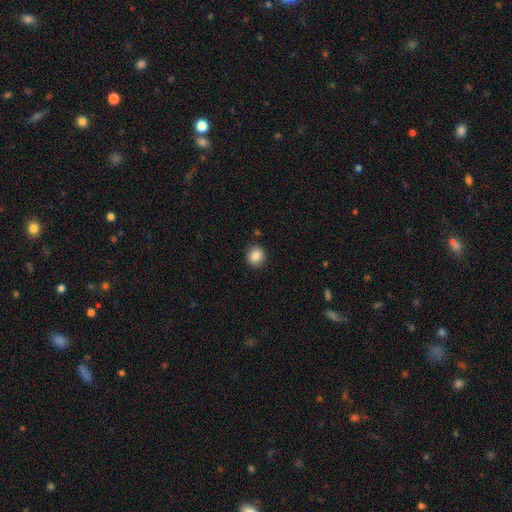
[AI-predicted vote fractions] A smooth galaxy with no disk features (86%) that is round (87%). Merging: none (90%).